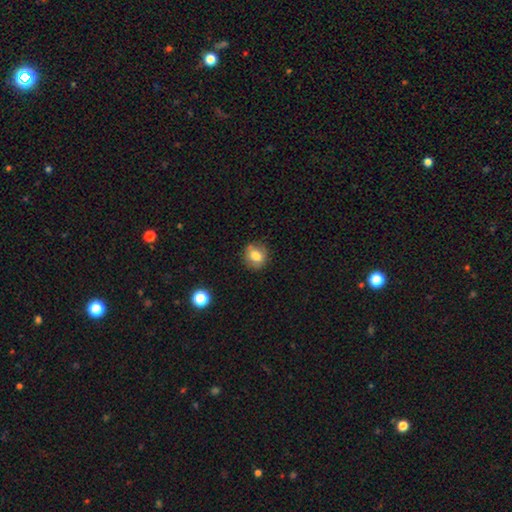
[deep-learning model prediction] Smooth or featured? smooth (77%)
How rounded? round (74%)
Merging? none (79%)